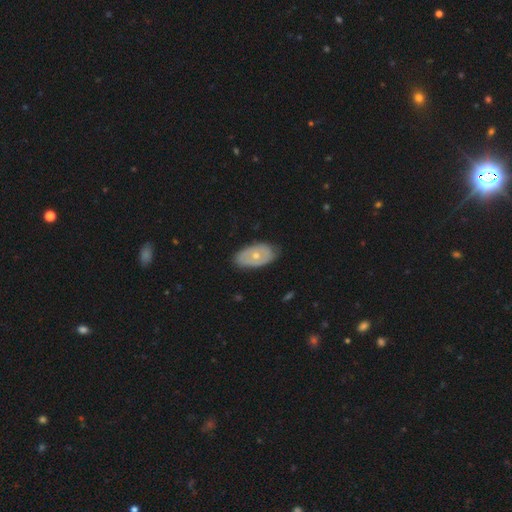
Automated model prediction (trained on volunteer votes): smooth_or_featured: featured or disk (p=0.51) [alt: smooth p=0.44]
disk_edge_on: no (p=0.89) [alt: yes p=0.11]
merging: none (p=0.79) [alt: minor disturbance p=0.17]